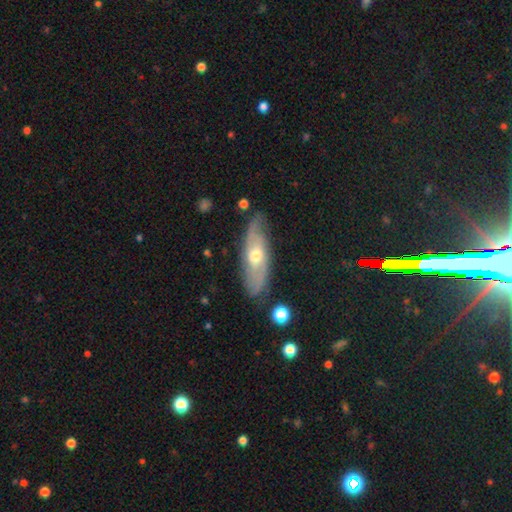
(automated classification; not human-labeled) The model was most divided on "smooth or featured": featured or disk: 65%, smooth: 29%, star or artifact: 6%. More confident: merging — none (76%); edge-on disk — no (73%).